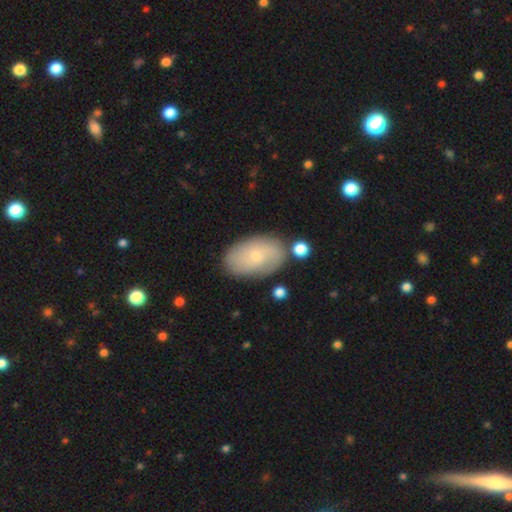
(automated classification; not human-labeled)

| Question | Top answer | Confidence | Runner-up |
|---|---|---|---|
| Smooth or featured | smooth | 58% | featured or disk (34%) |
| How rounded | in between | 92% | round (7%) |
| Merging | none | 77% | minor disturbance (16%) |